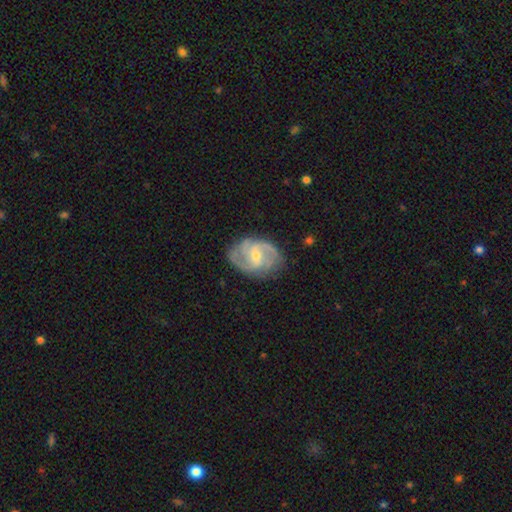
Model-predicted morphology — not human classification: This is clearly a featured or disk galaxy (88%). It is clearly not viewed edge-on (98%). Bar: possibly weak (51%). Spiral arm pattern: clearly yes (97%). Spiral arm count: likely 2 (60%). Spiral winding: possibly medium (53%). Central bulge: possibly small (54%). Merging: likely none (78%).